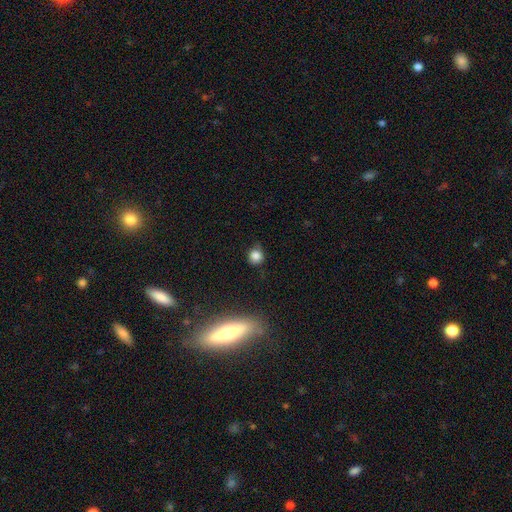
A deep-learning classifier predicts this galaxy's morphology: This is clearly a smooth galaxy (82%). How rounded: clearly round (88%). Merging: likely none (70%).